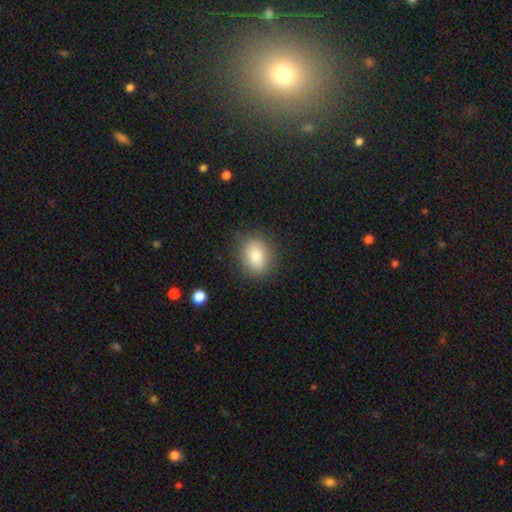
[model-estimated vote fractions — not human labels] smooth_or_featured: smooth (p=0.84) [alt: star or artifact p=0.08]
how_rounded: in between (p=0.53) [alt: round p=0.45]
merging: none (p=0.85) [alt: minor disturbance p=0.11]